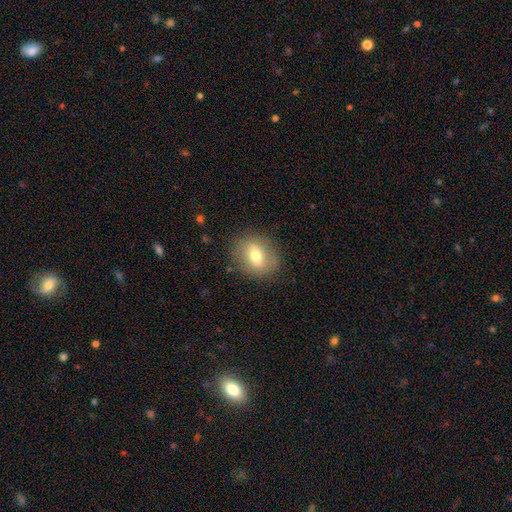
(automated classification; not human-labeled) A smooth galaxy with no disk features (63%) that is round (60%).

Vote fractions:
- Smooth or featured? smooth: 63% / featured or disk: 28% / star or artifact: 9%
- How rounded? round: 60% / in between: 38% / cigar-shaped: 2%
- Merging? none: 83% / minor disturbance: 12% / major disturbance: 4% / merger: 1%